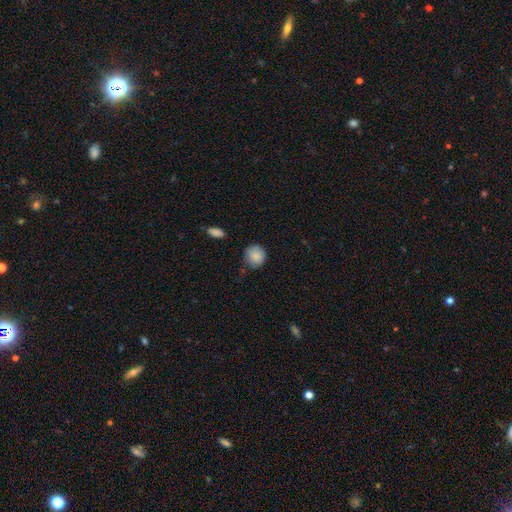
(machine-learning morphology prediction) Smooth or featured? Predicted: smooth (p=0.87). How rounded? Predicted: round (p=0.83). Merging? Predicted: none (p=0.70).